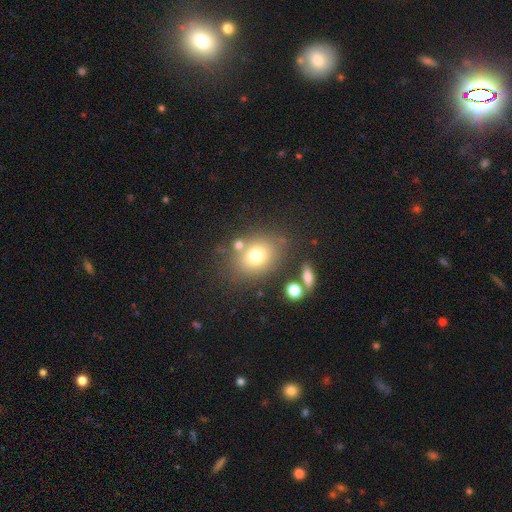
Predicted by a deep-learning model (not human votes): Smooth or featured? smooth (73%)
How rounded? in between (52%)
Merging? none (69%)